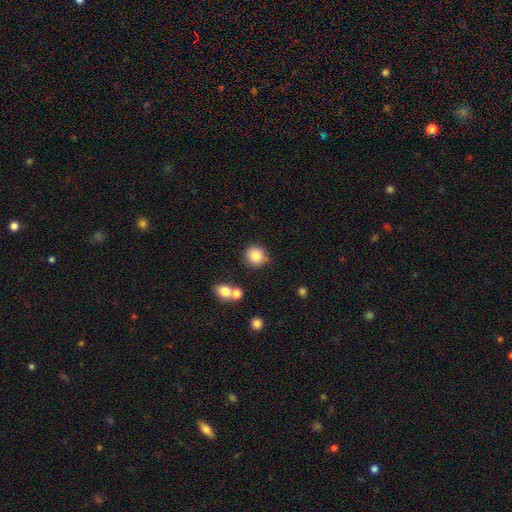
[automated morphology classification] This appears to be a smooth galaxy with no disk features (85%) that is round (90%). Merging: none (77%).